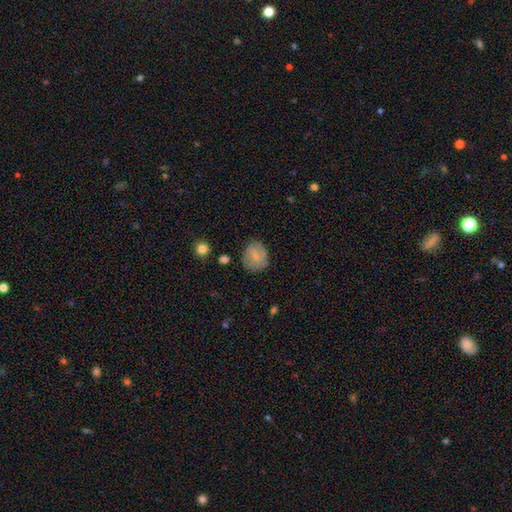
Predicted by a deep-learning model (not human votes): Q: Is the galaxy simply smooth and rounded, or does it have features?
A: smooth — 61%.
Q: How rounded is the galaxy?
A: round — 72%.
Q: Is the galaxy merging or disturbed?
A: none — 73%.